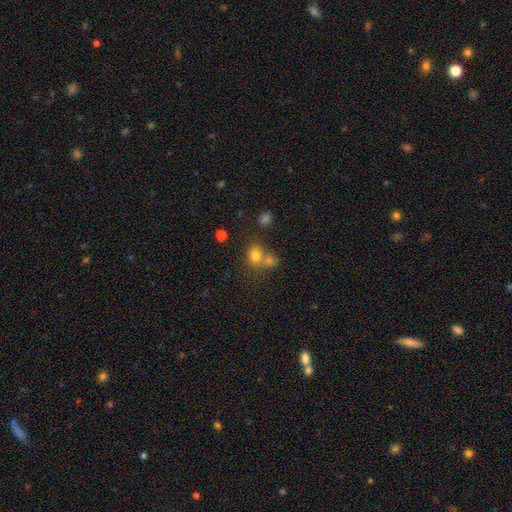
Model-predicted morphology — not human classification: A smooth galaxy with no disk features (75%) that is round (65%). Merging: none (45%).